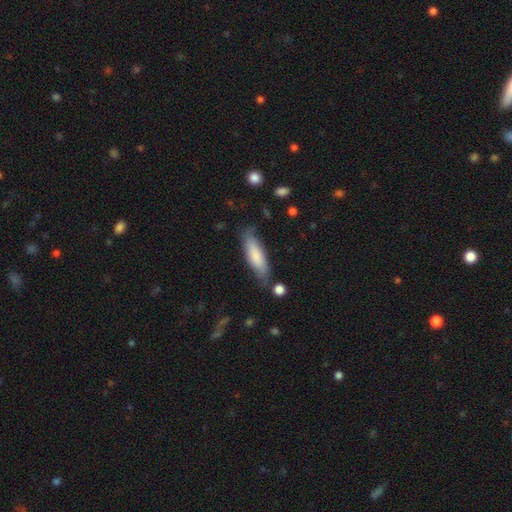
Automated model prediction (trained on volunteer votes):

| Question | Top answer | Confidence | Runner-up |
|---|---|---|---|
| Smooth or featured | smooth | 75% | featured or disk (19%) |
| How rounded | cigar-shaped | 51% | in between (47%) |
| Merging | none | 68% | minor disturbance (23%) |